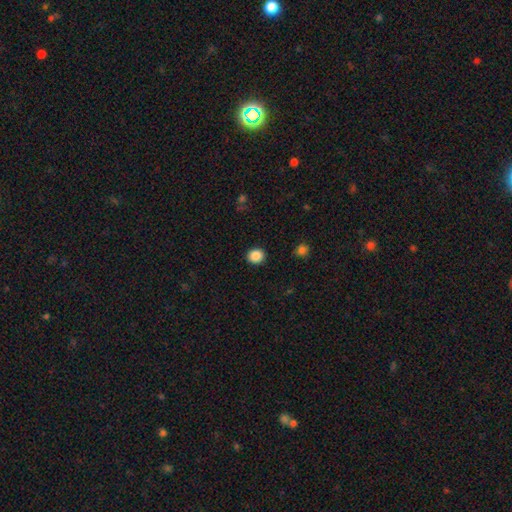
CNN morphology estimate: Q: Smooth or featured?
A: smooth (87%); runner-up: star or artifact (10%)
Q: How rounded?
A: round (84%); runner-up: in between (15%)
Q: Merging?
A: none (92%); runner-up: minor disturbance (5%)